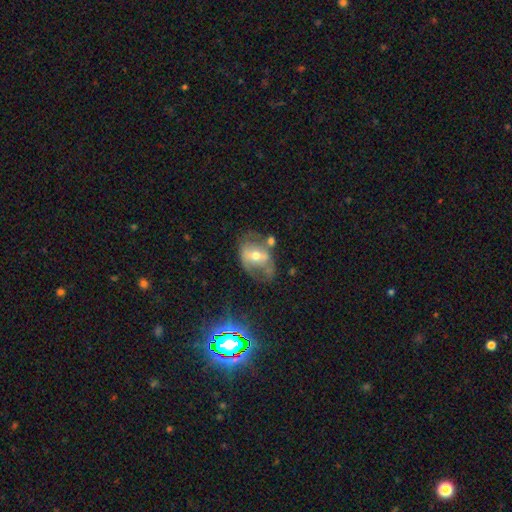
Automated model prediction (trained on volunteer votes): Smooth or featured: featured or disk — 56% (smooth — 34%)
Edge-on disk: no — 93% (yes — 7%)
Bar: no — 36% (weak — 34%)
Spiral arms: no — 57% (yes — 43%)
Bulge size: moderate — 64% (small — 29%)
Merging: none — 38% (minor disturbance — 25%)